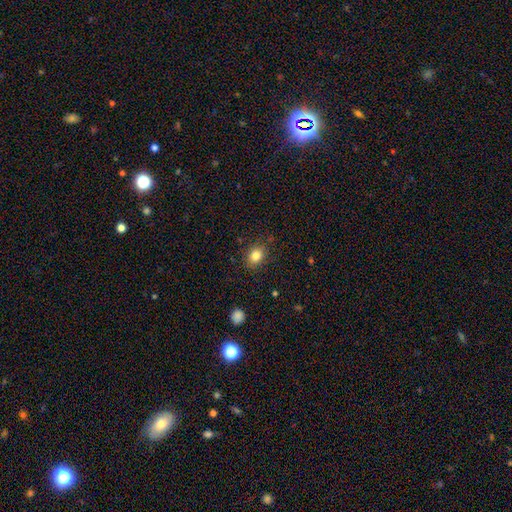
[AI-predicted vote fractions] Smooth or featured: smooth — 83% (star or artifact — 10%)
How rounded: in between — 53% (round — 46%)
Merging: none — 84% (minor disturbance — 11%)